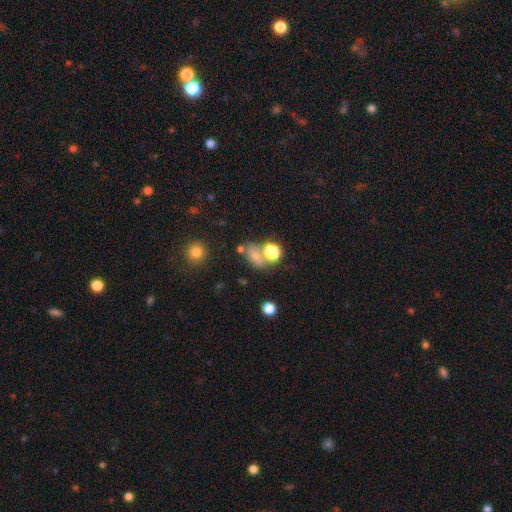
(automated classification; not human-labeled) A smooth galaxy with no disk features (67%) that is in between round and cigar-shaped (64%).

Vote fractions:
- Smooth or featured? smooth: 67% / star or artifact: 18% / featured or disk: 15%
- How rounded? in between: 64% / round: 33% / cigar-shaped: 4%
- Merging? none: 52% / merger: 26% / minor disturbance: 15% / major disturbance: 8%